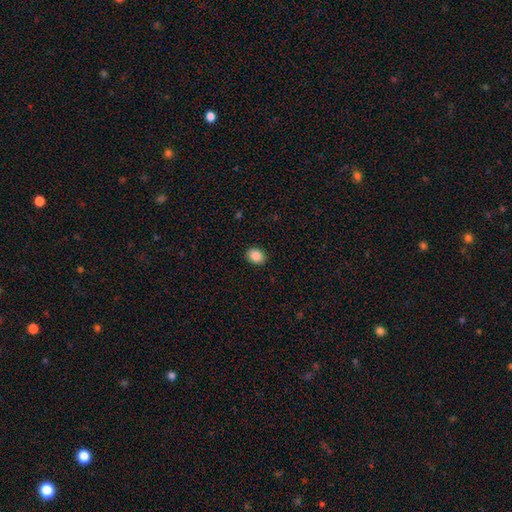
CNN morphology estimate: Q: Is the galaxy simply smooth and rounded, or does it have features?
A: smooth — 86%.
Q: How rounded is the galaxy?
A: in between — 55%.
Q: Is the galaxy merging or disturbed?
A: none — 90%.